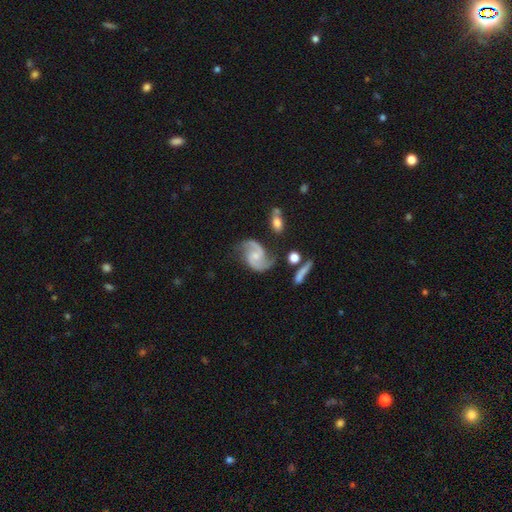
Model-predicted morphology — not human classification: featured or disk 88%, smooth 6%, star or artifact 5%. Down the decision tree: edge-on disk — no (98%); bar — no (58%); spiral arms — yes (97%); spiral arm count — 2 (93%); spiral winding — medium (48%); bulge size — small (50%); merging — none (68%).